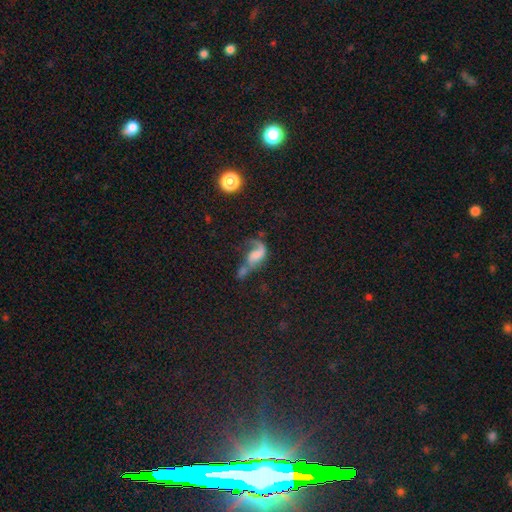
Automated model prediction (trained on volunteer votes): A featured or disk galaxy (57%) with no bar (58%), spiral arms (79%) and no central bulge (37%).

Vote fractions:
- Smooth or featured? featured or disk: 57% / smooth: 30% / star or artifact: 13%
- Edge-on disk? no: 96% / yes: 4%
- Bar? no: 58% / weak: 31% / strong: 12%
- Spiral arms? yes: 79% / no: 21%
- Bulge size? none: 37% / small: 22% / moderate: 20% / large: 17% / dominant: 5%
- Merging? merger: 37% / major disturbance: 29% / none: 21% / minor disturbance: 13%